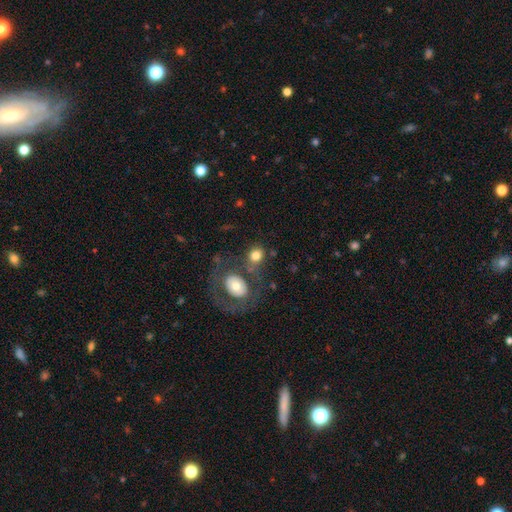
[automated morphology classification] smooth 72%, featured or disk 20%, star or artifact 8%. Down the decision tree: how rounded — round (63%); merging — none (51%).